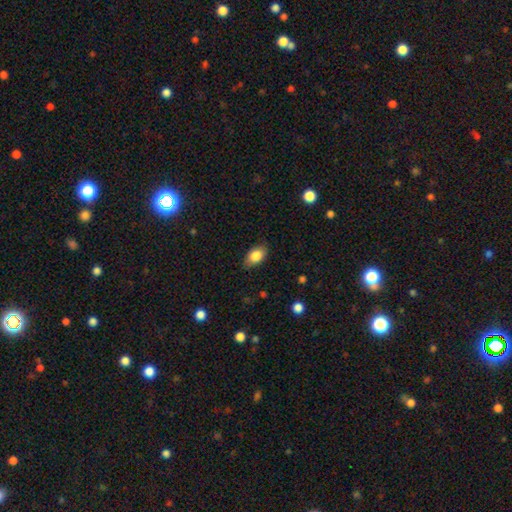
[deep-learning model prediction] Smooth or featured?
  - smooth: 83% *
  - featured or disk: 10%
  - star or artifact: 7%
How rounded?
  - in between: 88% *
  - round: 9%
  - cigar-shaped: 2%
Merging?
  - none: 80% *
  - minor disturbance: 15%
  - major disturbance: 3%
  - merger: 1%